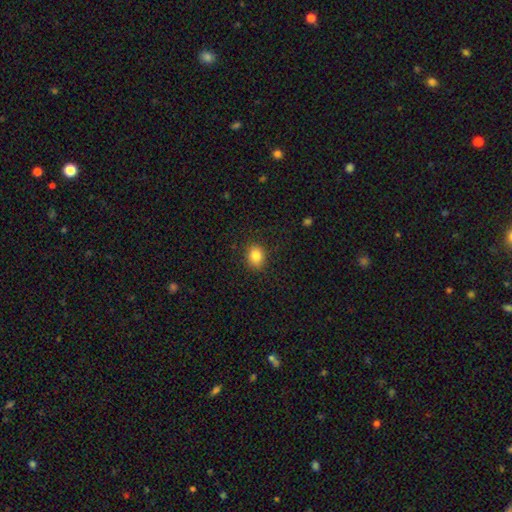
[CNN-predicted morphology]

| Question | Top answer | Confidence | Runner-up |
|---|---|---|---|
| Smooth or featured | smooth | 84% | star or artifact (10%) |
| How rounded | round | 60% | in between (39%) |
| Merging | none | 86% | minor disturbance (10%) |